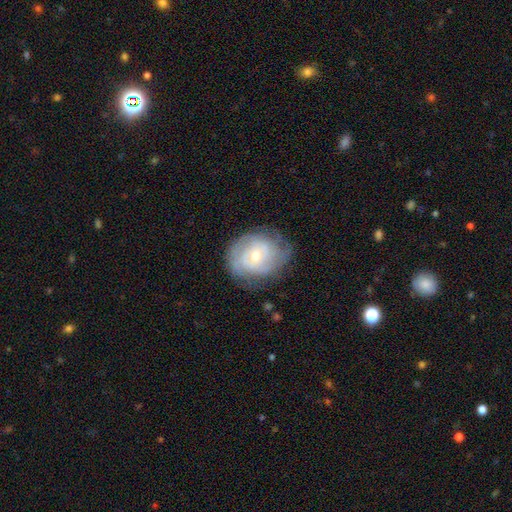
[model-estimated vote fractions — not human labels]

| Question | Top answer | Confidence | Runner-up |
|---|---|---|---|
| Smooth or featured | featured or disk | 72% | smooth (21%) |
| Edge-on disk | no | 96% | yes (4%) |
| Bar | no | 65% | weak (28%) |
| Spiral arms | yes | 85% | no (15%) |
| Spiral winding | tight | 67% | medium (25%) |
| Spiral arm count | can't tell | 46% | 2 (25%) |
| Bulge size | small | 52% | moderate (44%) |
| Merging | none | 71% | minor disturbance (19%) |